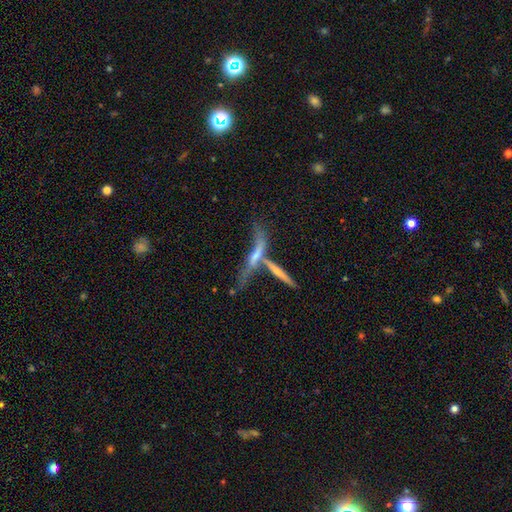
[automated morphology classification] The model was most divided on "merging": merger: 48%, none: 30%, minor disturbance: 11%, major disturbance: 11%. More confident: edge-on disk — yes (75%); smooth or featured — featured or disk (62%).